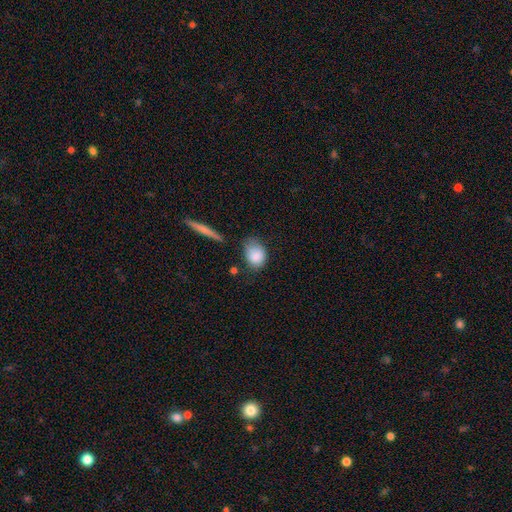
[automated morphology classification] Smooth or featured?
  - smooth: 84% *
  - featured or disk: 8%
  - star or artifact: 8%
How rounded?
  - in between: 67% *
  - round: 31%
  - cigar-shaped: 2%
Merging?
  - none: 53% *
  - minor disturbance: 32%
  - major disturbance: 9%
  - merger: 5%